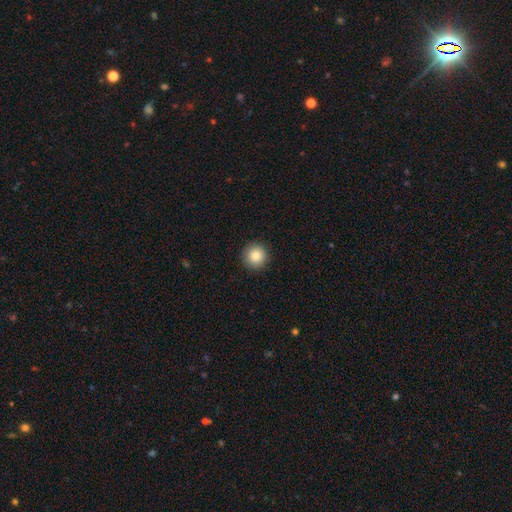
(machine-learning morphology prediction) This is clearly a smooth galaxy (84%). How rounded: clearly round (96%). Merging: clearly none (93%).